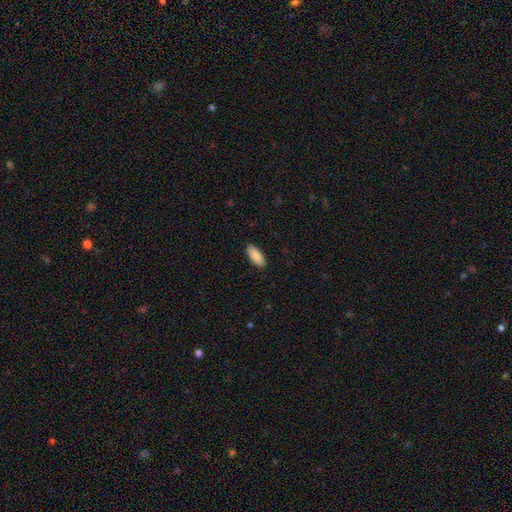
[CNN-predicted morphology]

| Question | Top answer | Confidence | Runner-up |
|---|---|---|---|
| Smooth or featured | smooth | 89% | star or artifact (6%) |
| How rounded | in between | 87% | cigar-shaped (12%) |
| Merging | none | 90% | minor disturbance (8%) |